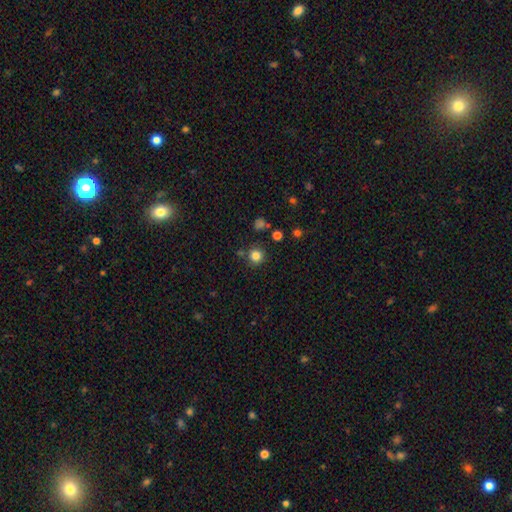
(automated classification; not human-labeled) Overall: smooth (83%). How rounded: round (94%). Merging: none (84%).